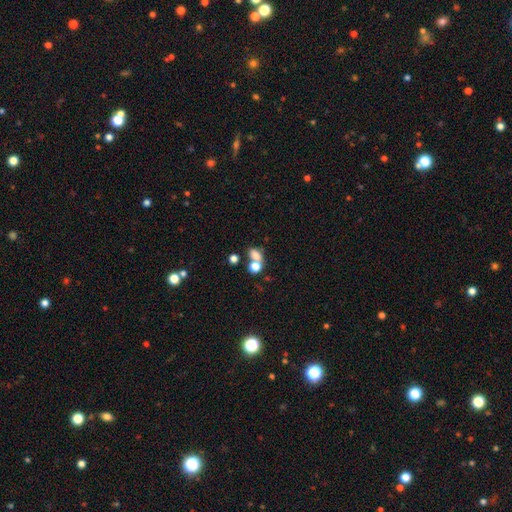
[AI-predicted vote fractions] smooth-or-featured: smooth: 73% | star or artifact: 15% | featured or disk: 12%
  how-rounded: in between: 64% | round: 34% | cigar-shaped: 2%
  merging: merger: 49% | none: 36% | minor disturbance: 9% | major disturbance: 6%